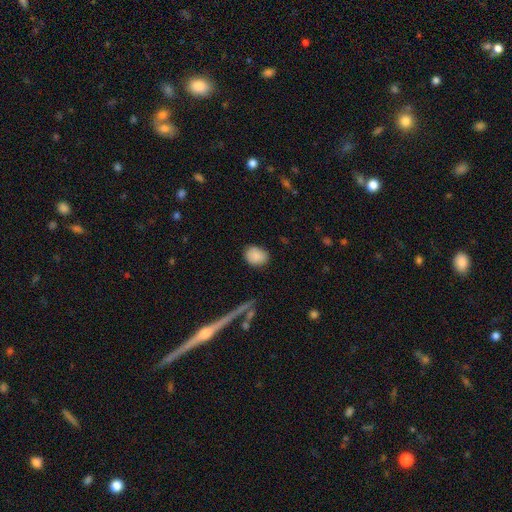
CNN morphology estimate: Overall: smooth (86%). How rounded: in between (56%; round 42%). Merging: none (82%).